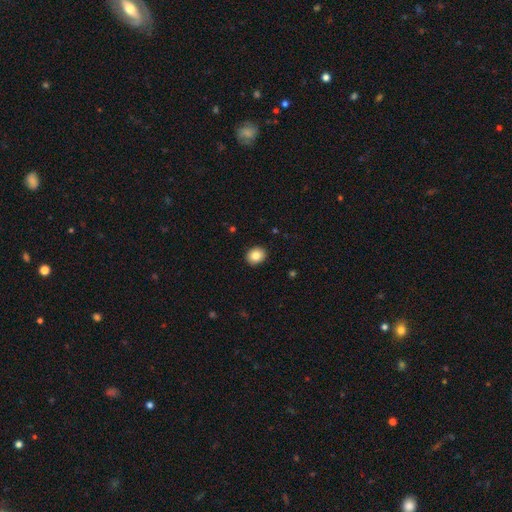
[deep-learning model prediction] Smooth or featured: smooth — 84% (star or artifact — 9%)
How rounded: round — 65% (in between — 34%)
Merging: none — 92% (minor disturbance — 6%)